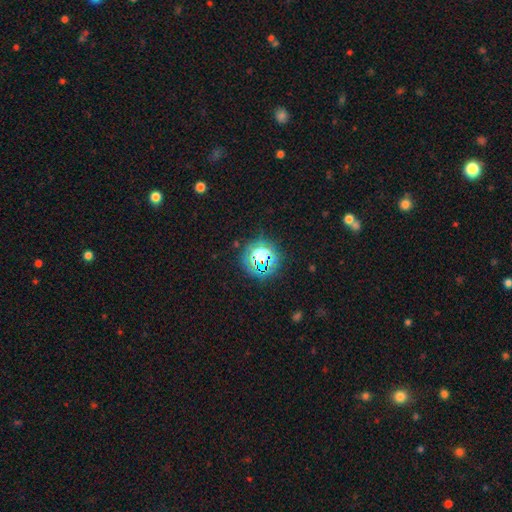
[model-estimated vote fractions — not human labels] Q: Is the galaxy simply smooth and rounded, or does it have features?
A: star or artifact — 67%.